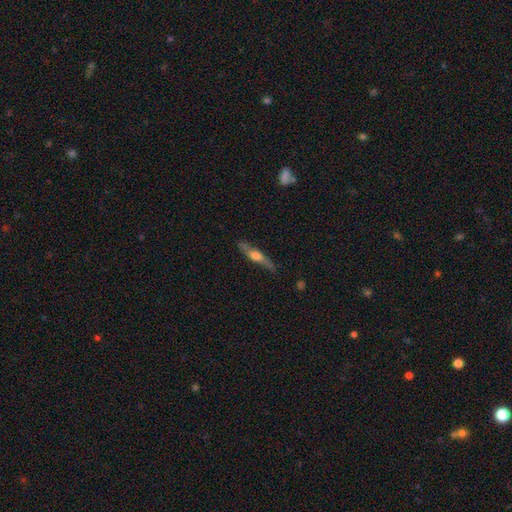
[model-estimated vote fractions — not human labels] featured or disk 59%, smooth 35%, star or artifact 6%. Down the decision tree: edge-on disk — yes (87%); edge-on bulge — rounded (84%); merging — none (79%).